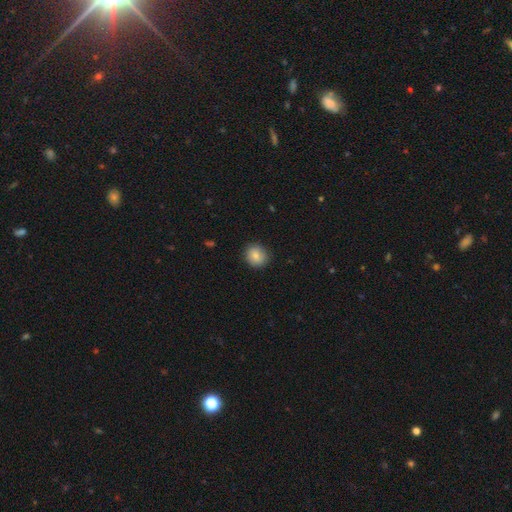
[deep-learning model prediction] smooth-or-featured: smooth: 85% | star or artifact: 9% | featured or disk: 7%
  how-rounded: round: 85% | in between: 15% | cigar-shaped: 1%
  merging: none: 89% | minor disturbance: 8% | major disturbance: 2% | merger: 1%